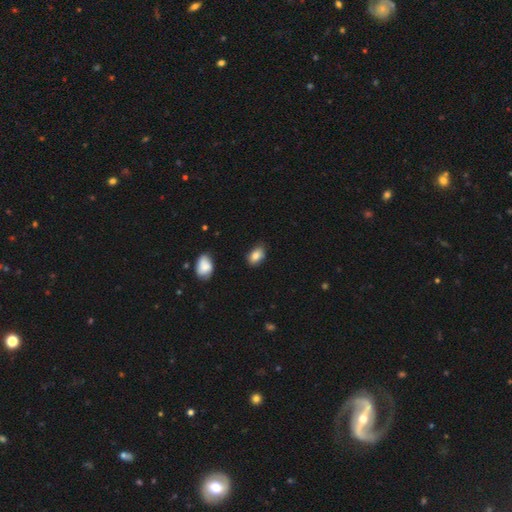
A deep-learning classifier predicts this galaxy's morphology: type=smooth (84%); roundness=in between (85%); merging=none (78%).